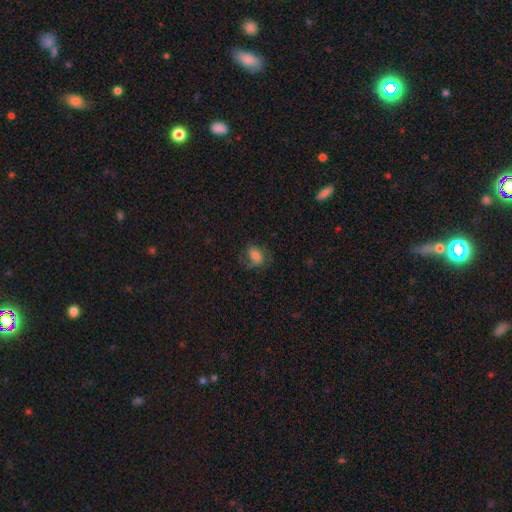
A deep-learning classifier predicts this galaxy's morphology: A smooth galaxy with no disk features (53%) that is in between round and cigar-shaped (75%). Merging: none (57%).